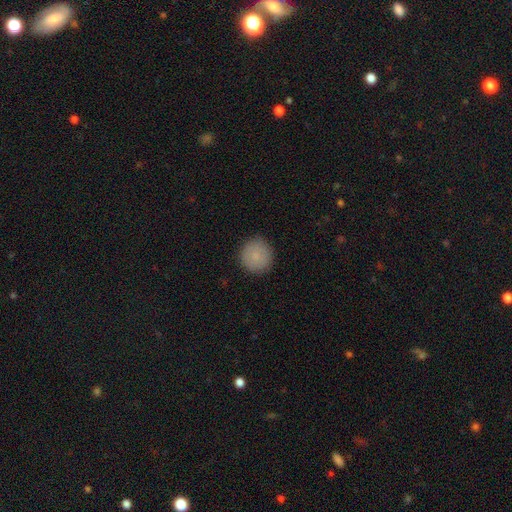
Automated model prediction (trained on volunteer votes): Q: Smooth or featured?
A: smooth (86%); runner-up: star or artifact (8%)
Q: How rounded?
A: round (93%); runner-up: in between (6%)
Q: Merging?
A: none (89%); runner-up: minor disturbance (8%)